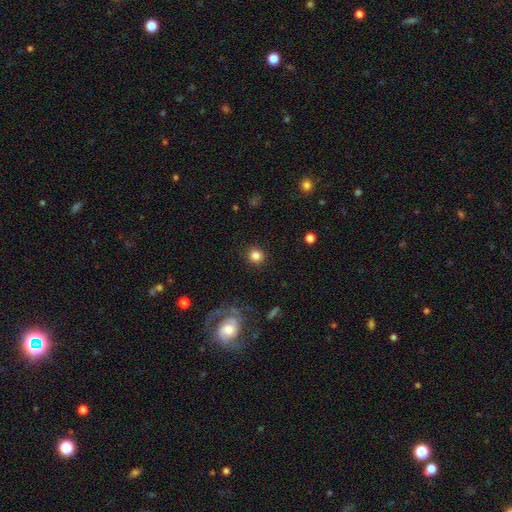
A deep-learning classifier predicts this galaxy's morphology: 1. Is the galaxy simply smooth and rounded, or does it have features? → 83% smooth, 11% star or artifact, 7% featured or disk.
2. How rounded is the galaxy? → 93% round, 6% in between, 1% cigar-shaped.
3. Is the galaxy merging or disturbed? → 90% none, 6% minor disturbance, 3% major disturbance, 1% merger.